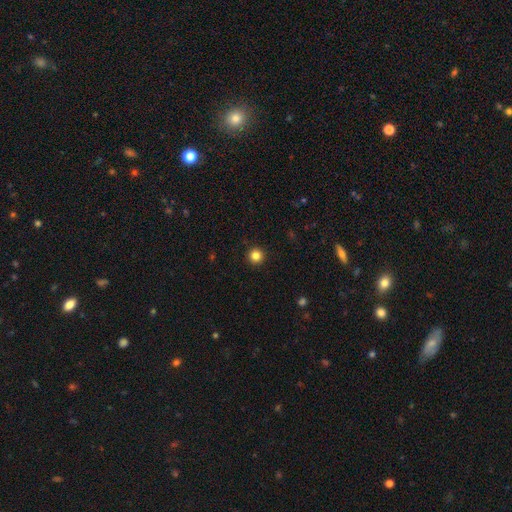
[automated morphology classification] smooth 84%, star or artifact 11%, featured or disk 4%. Down the decision tree: how rounded — round (96%); merging — none (94%).